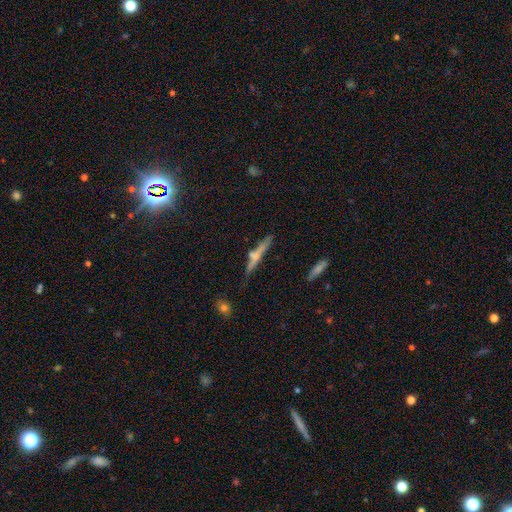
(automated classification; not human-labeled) Q: Smooth or featured?
A: smooth (47%); runner-up: featured or disk (45%)
Q: Merging?
A: none (61%); runner-up: minor disturbance (20%)